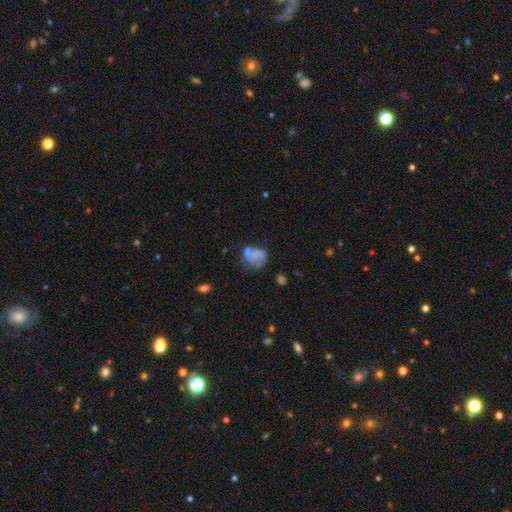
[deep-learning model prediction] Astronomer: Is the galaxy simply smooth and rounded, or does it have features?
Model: smooth — 61%.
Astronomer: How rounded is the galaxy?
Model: in between — 51% (runner-up: round, 48%).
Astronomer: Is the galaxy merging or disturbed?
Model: none — 33% (runner-up: major disturbance, 25%).